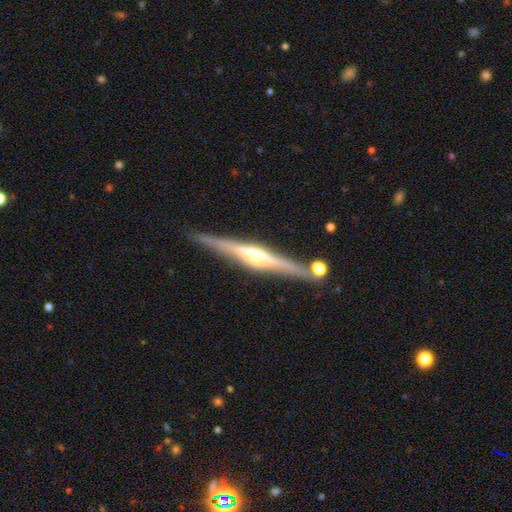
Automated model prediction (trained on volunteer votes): This is clearly a featured or disk galaxy (83%). It is clearly viewed edge-on (98%). Edge-on bulge: clearly rounded (81%). Merging: clearly none (87%).